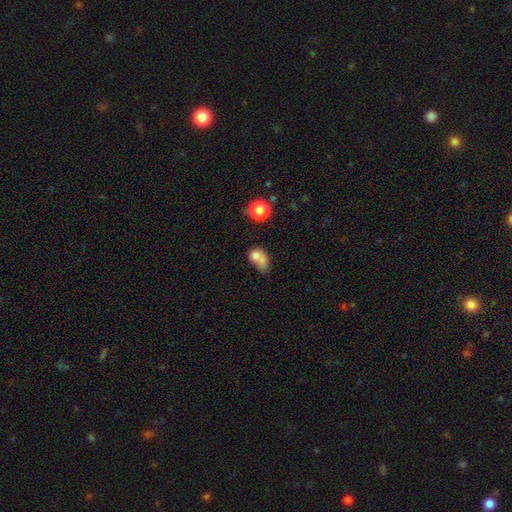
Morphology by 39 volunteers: Smooth or featured? 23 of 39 (59%) said smooth. How rounded? 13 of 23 (57%) said in between. Merging? 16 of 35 (46%) said merger.